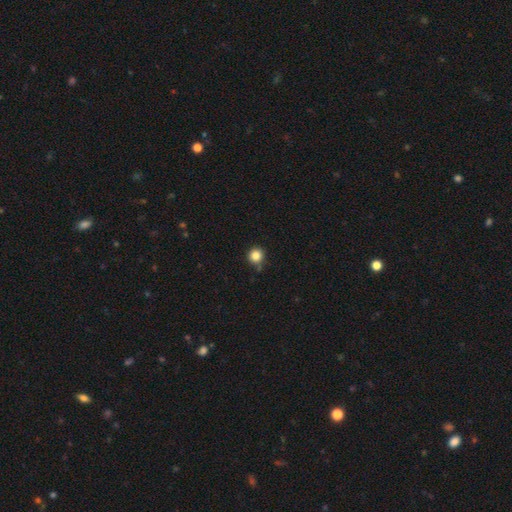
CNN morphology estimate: Smooth or featured? smooth (84%)
How rounded? round (94%)
Merging? none (81%)